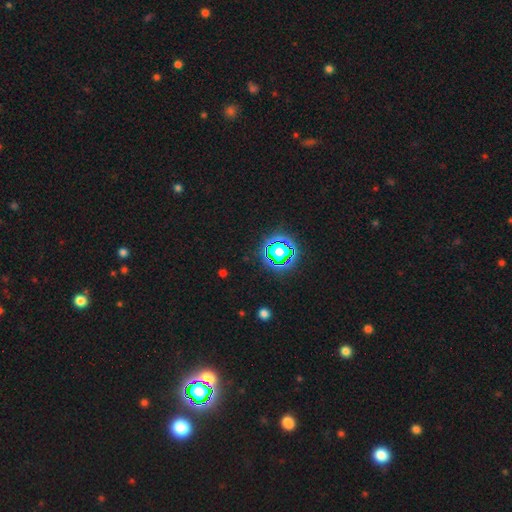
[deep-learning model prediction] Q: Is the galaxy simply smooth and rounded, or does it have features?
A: star or artifact — 82%.